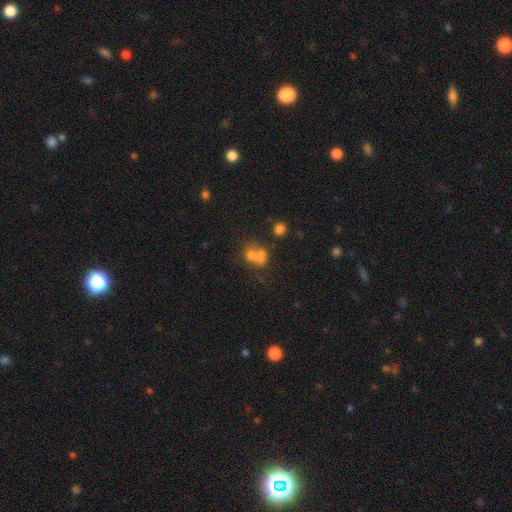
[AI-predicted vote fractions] Overall: smooth (61%; featured or disk 24%). How rounded: round (57%; in between 42%). Merging: merger (58%; none 24%).